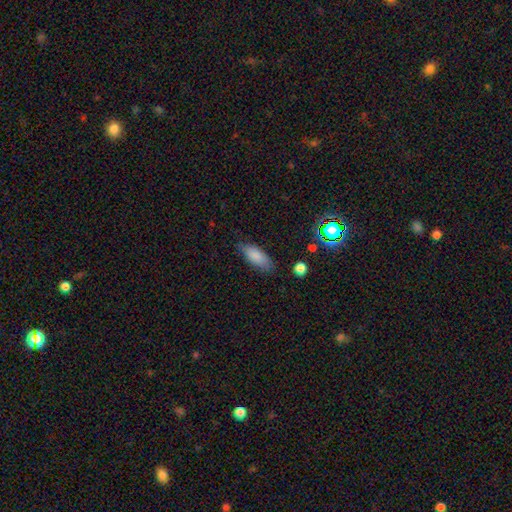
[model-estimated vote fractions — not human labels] The model was most divided on "how rounded": in between: 79%, cigar-shaped: 19%, round: 2%. More confident: smooth or featured — smooth (85%); merging — none (78%).